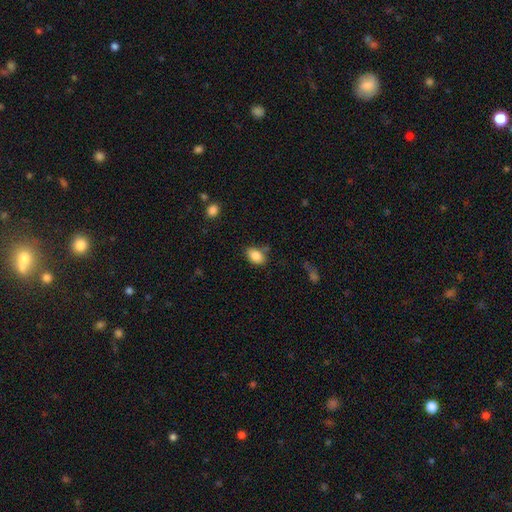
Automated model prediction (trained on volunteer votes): A smooth galaxy with no disk features (86%) that is in between round and cigar-shaped (82%). Merging: none (70%).